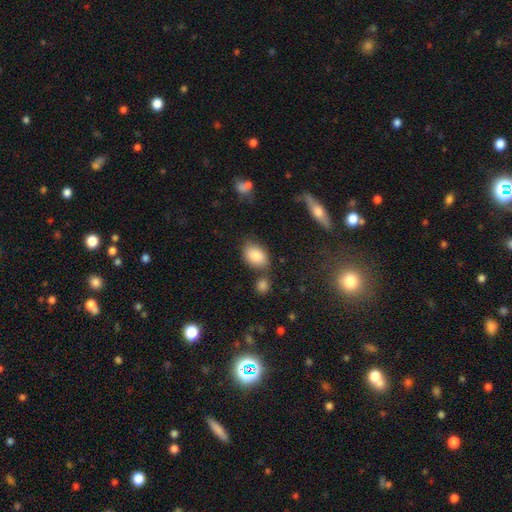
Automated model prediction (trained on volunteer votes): smooth_or_featured: smooth (p=0.85) [alt: featured or disk p=0.08]
how_rounded: in between (p=0.85) [alt: round p=0.14]
merging: none (p=0.63) [alt: minor disturbance p=0.18]